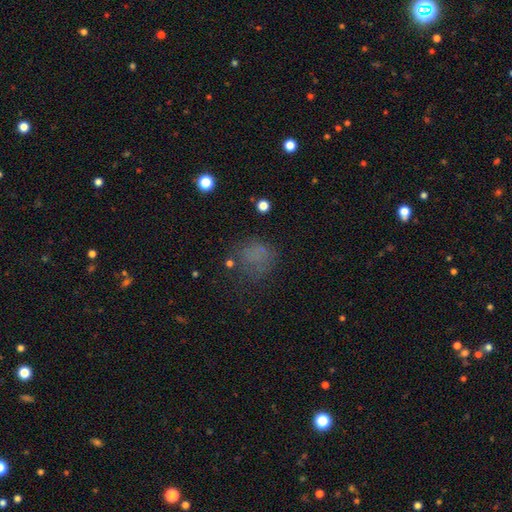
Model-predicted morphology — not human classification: smooth_or_featured: smooth (p=0.59) [alt: star or artifact p=0.25]
how_rounded: round (p=0.73) [alt: in between p=0.25]
merging: none (p=0.57) [alt: minor disturbance p=0.20]